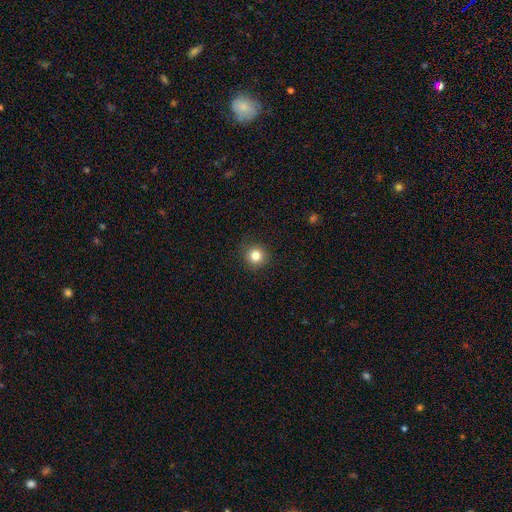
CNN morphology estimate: A smooth galaxy with no disk features (82%) that is round (94%).

Vote fractions:
- Smooth or featured? smooth: 82% / star or artifact: 12% / featured or disk: 6%
- How rounded? round: 94% / in between: 5% / cigar-shaped: 1%
- Merging? none: 90% / minor disturbance: 7% / major disturbance: 2% / merger: 1%